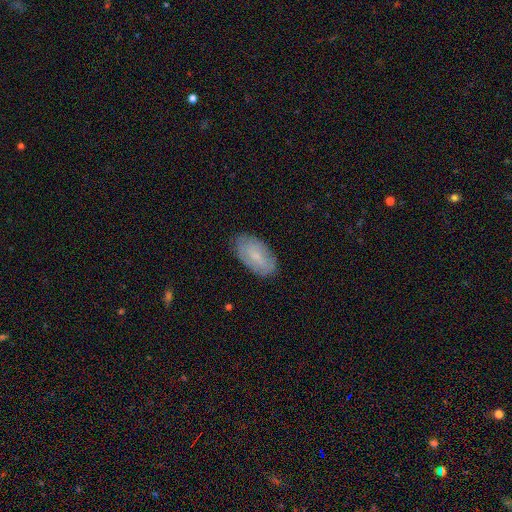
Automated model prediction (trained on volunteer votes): A smooth galaxy with no disk features (57%) that is in between round and cigar-shaped (93%).

Vote fractions:
- Smooth or featured? smooth: 57% / featured or disk: 36% / star or artifact: 8%
- How rounded? in between: 93% / round: 4% / cigar-shaped: 3%
- Merging? none: 81% / minor disturbance: 15% / major disturbance: 3% / merger: 1%